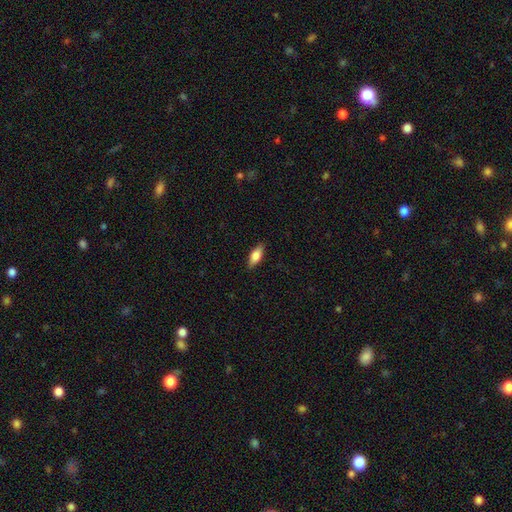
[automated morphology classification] smooth-or-featured: smooth: 76% | featured or disk: 17% | star or artifact: 6%
  how-rounded: in between: 77% | cigar-shaped: 21% | round: 3%
  merging: none: 87% | minor disturbance: 10% | major disturbance: 2% | merger: 1%